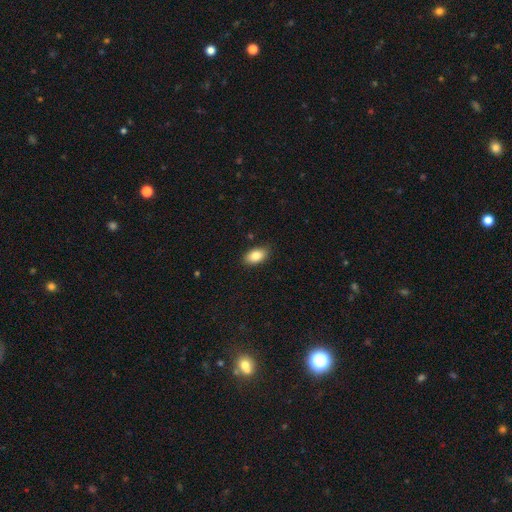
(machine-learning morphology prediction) The model was most divided on "merging": none: 87%, minor disturbance: 10%, major disturbance: 2%, merger: 1%. More confident: how rounded — in between (92%); smooth or featured — smooth (85%).